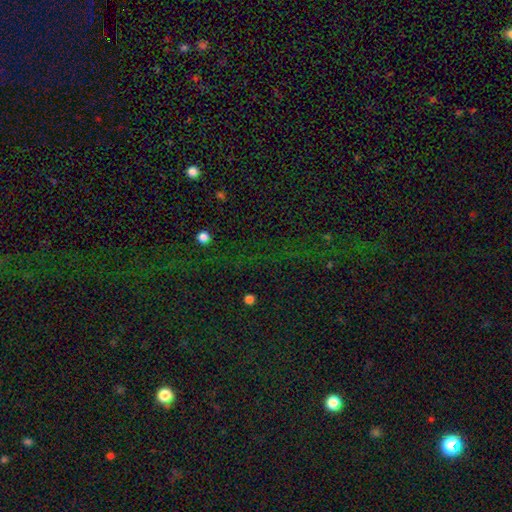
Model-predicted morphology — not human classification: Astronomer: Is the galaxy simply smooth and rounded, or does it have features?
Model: star or artifact — 73%.